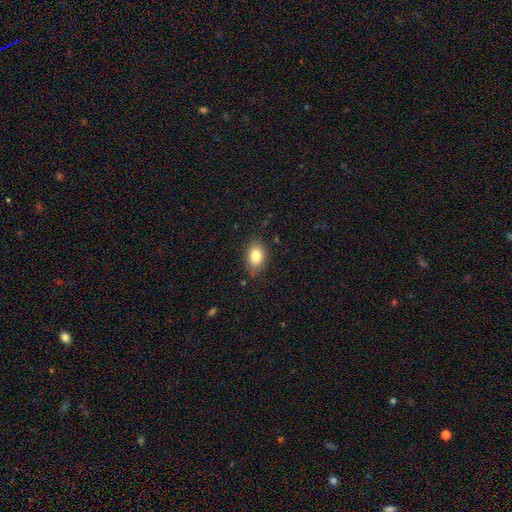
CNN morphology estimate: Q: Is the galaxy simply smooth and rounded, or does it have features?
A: smooth — 83%.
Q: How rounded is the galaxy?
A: in between — 82%.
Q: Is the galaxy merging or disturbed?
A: none — 81%.